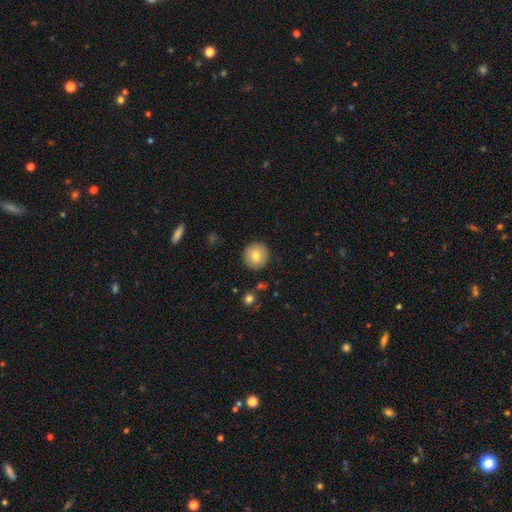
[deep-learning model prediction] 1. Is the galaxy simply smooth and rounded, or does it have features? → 77% smooth, 15% featured or disk, 8% star or artifact.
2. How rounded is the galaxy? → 95% round, 4% in between, 1% cigar-shaped.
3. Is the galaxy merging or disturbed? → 91% none, 6% minor disturbance, 2% major disturbance, 1% merger.